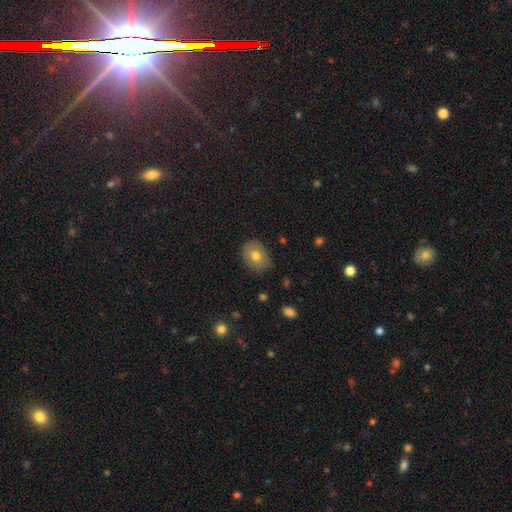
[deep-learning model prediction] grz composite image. It shows a smooth galaxy with no disk features (74%) that is in between round and cigar-shaped (63%). Merging: none (82%).